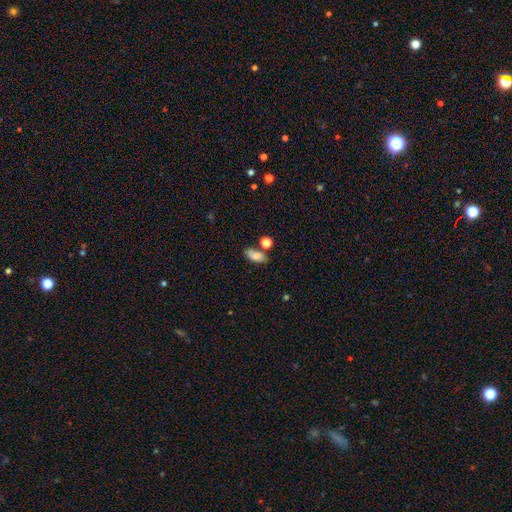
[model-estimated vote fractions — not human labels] Smooth or featured? Predicted: smooth (p=0.81). How rounded? Predicted: in between (p=0.83). Merging? Predicted: none (p=0.55).